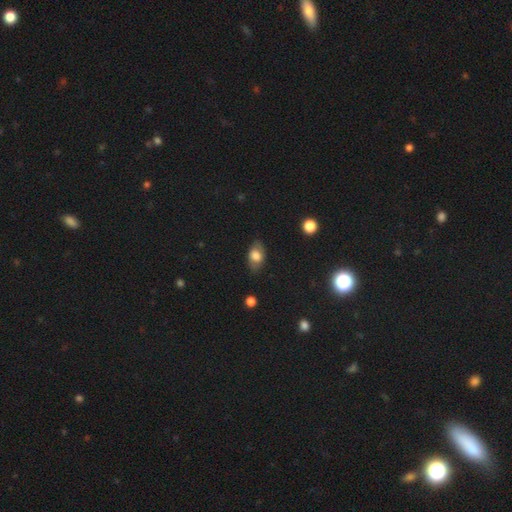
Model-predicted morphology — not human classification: The model was most divided on "smooth or featured": smooth: 70%, featured or disk: 21%, star or artifact: 9%. More confident: how rounded — in between (86%); merging — none (76%).